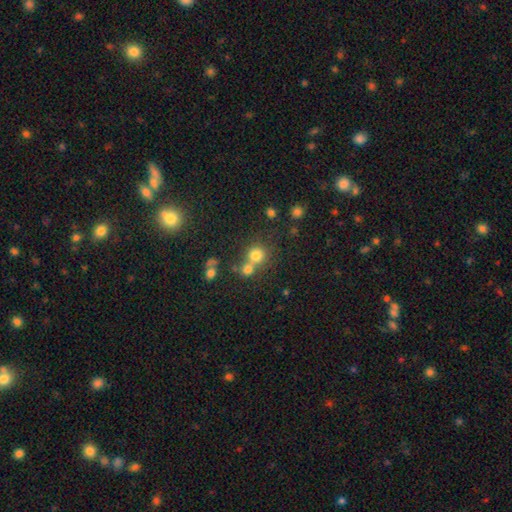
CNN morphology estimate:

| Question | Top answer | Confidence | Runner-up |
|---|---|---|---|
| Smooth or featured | smooth | 74% | star or artifact (16%) |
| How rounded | round | 87% | in between (12%) |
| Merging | none | 46% | merger (43%) |